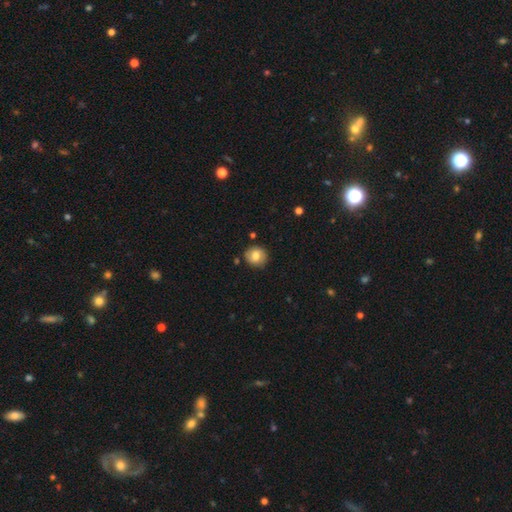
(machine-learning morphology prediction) smooth 75%, featured or disk 17%, star or artifact 9%. Down the decision tree: how rounded — round (83%); merging — none (82%).